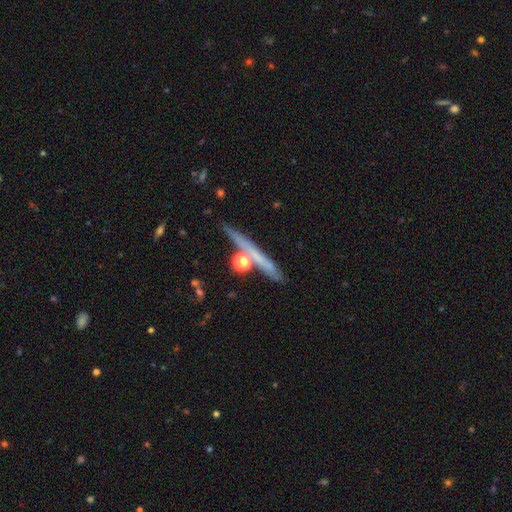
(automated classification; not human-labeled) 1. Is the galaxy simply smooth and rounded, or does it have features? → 47% featured or disk, 42% smooth, 11% star or artifact.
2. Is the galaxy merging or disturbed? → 77% none, 10% minor disturbance, 9% merger, 4% major disturbance.